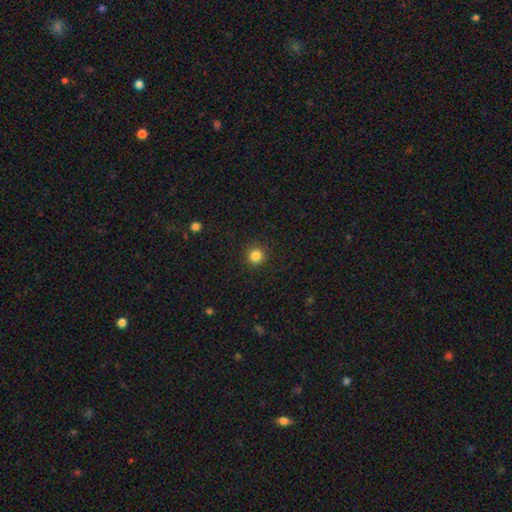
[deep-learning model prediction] smooth 84%, star or artifact 12%, featured or disk 4%. Down the decision tree: how rounded — round (94%); merging — none (92%).